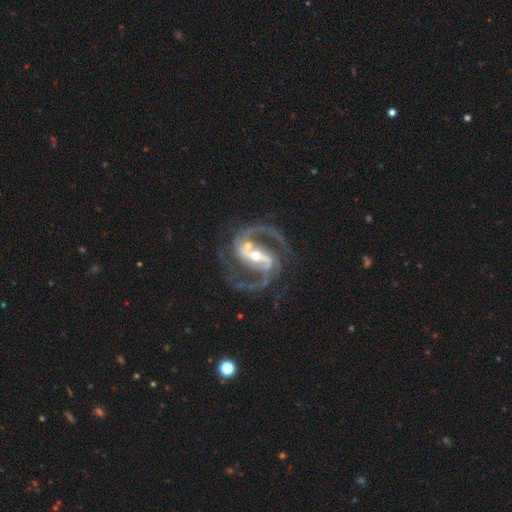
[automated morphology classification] Q: Smooth or featured?
A: featured or disk (93%); runner-up: star or artifact (5%)
Q: Edge-on disk?
A: no (98%); runner-up: yes (2%)
Q: Bar?
A: strong (64%); runner-up: weak (26%)
Q: Spiral arms?
A: yes (99%); runner-up: no (1%)
Q: Spiral winding?
A: medium (68%); runner-up: tight (17%)
Q: Spiral arm count?
A: 2 (89%); runner-up: 3 (5%)
Q: Bulge size?
A: moderate (50%); runner-up: small (44%)
Q: Merging?
A: none (71%); runner-up: minor disturbance (14%)